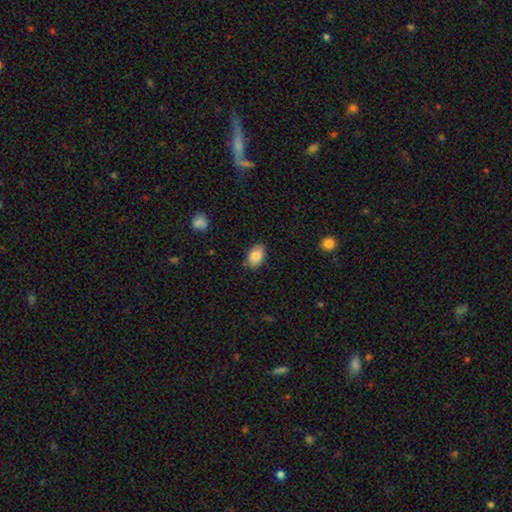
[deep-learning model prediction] A smooth galaxy with no disk features (84%) that is in between round and cigar-shaped (90%).

Vote fractions:
- Smooth or featured? smooth: 84% / featured or disk: 9% / star or artifact: 7%
- How rounded? in between: 90% / round: 9% / cigar-shaped: 1%
- Merging? none: 82% / minor disturbance: 14% / major disturbance: 2% / merger: 1%